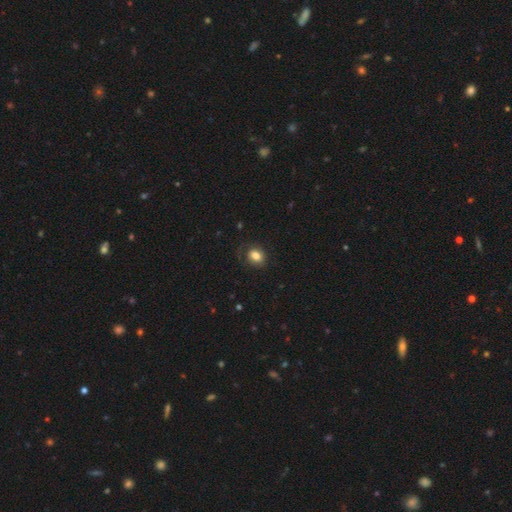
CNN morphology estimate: A smooth galaxy with no disk features (78%) that is in between round and cigar-shaped (56%). Merging: none (69%).